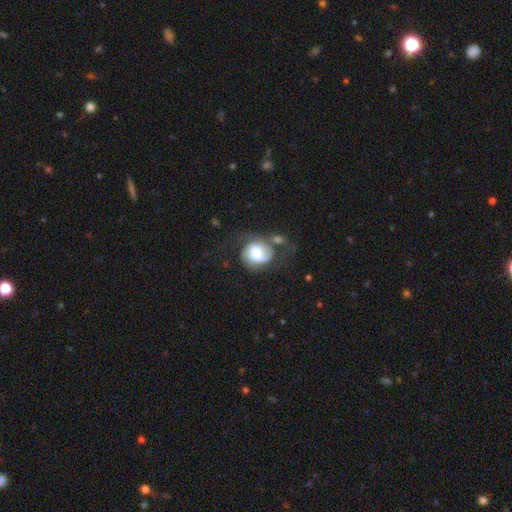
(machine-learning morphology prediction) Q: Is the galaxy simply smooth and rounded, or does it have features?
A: featured or disk — 49%.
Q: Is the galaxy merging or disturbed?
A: none — 33%.